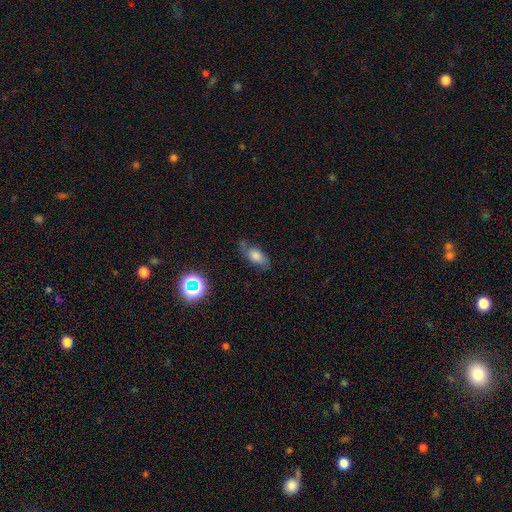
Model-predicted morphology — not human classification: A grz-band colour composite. It shows a smooth galaxy with no disk features (63%) that is in between round and cigar-shaped (84%). Merging: none (59%).